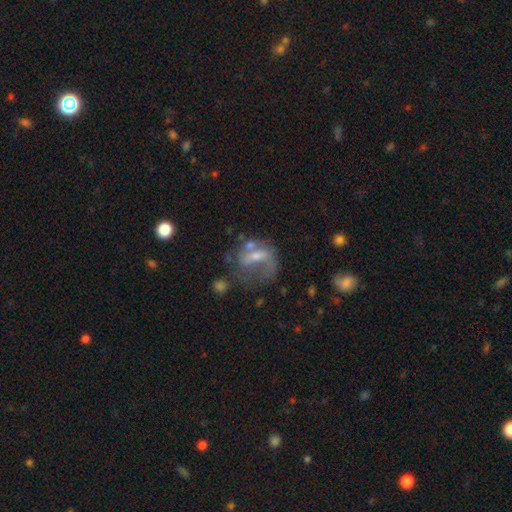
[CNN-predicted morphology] Overall: featured or disk (61%; smooth 27%). Edge-on disk: no (95%). Bar: weak (44%; no 33%). Spiral arms: yes (61%; no 39%). Bulge size: small (48%; moderate 34%). Merging: none (37%; major disturbance 34%).